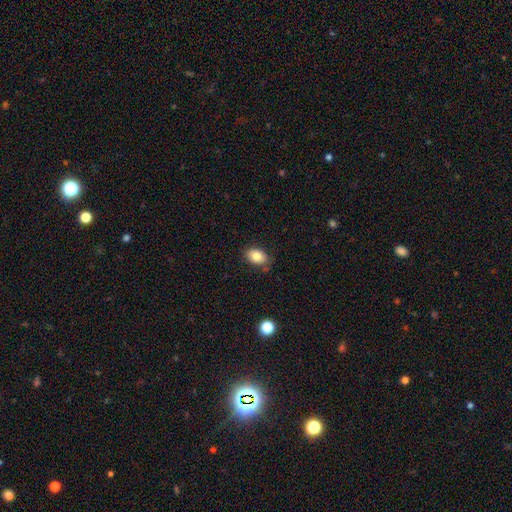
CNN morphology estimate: Smooth or featured? Predicted: smooth (p=0.83). How rounded? Predicted: in between (p=0.83). Merging? Predicted: none (p=0.78).